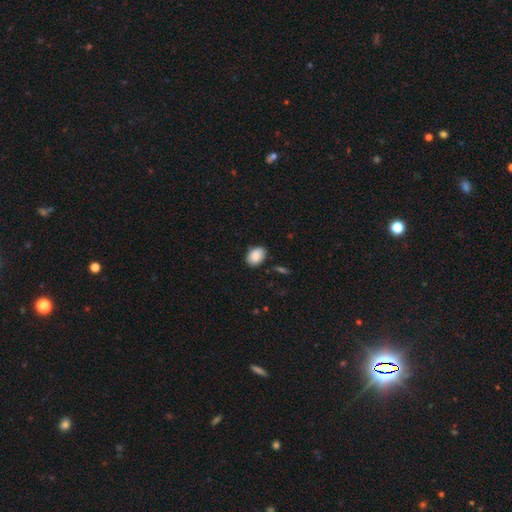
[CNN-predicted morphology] type=smooth (88%); roundness=in between (79%); merging=none (84%).